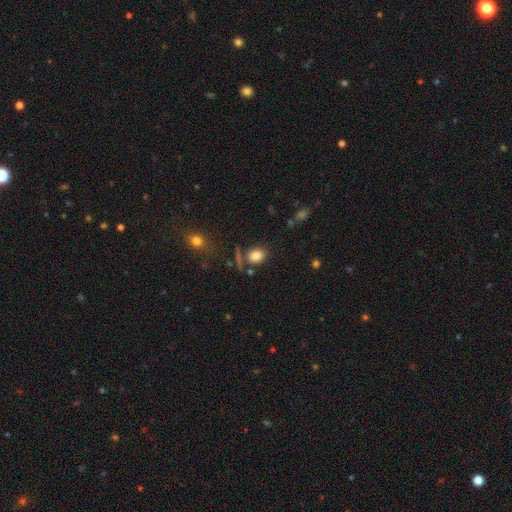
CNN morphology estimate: Smooth or featured? Predicted: smooth (p=0.82). How rounded? Predicted: in between (p=0.55). Merging? Predicted: none (p=0.73).